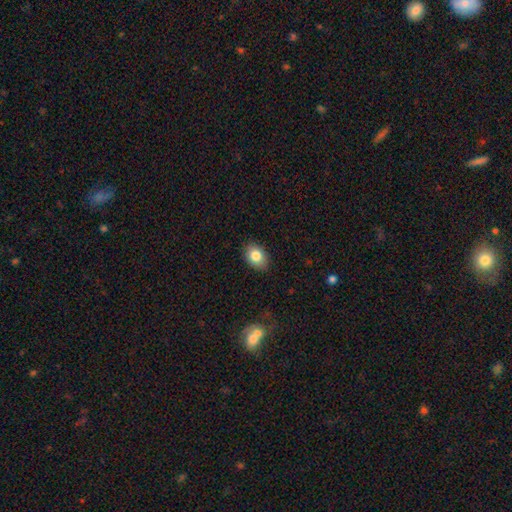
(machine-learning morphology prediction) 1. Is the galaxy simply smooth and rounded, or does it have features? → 83% smooth, 9% featured or disk, 8% star or artifact.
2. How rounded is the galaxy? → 78% in between, 21% round, 1% cigar-shaped.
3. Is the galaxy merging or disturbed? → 87% none, 10% minor disturbance, 2% major disturbance, 1% merger.